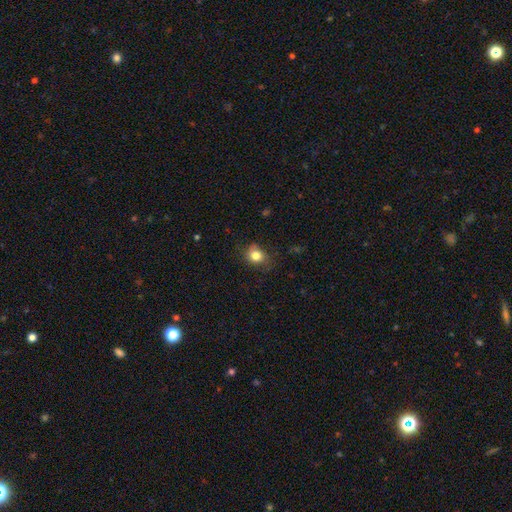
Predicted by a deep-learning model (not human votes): A smooth galaxy with no disk features (82%) that is round (65%).

Vote fractions:
- Smooth or featured? smooth: 82% / star or artifact: 11% / featured or disk: 8%
- How rounded? round: 65% / in between: 34% / cigar-shaped: 1%
- Merging? none: 70% / minor disturbance: 22% / major disturbance: 6% / merger: 2%